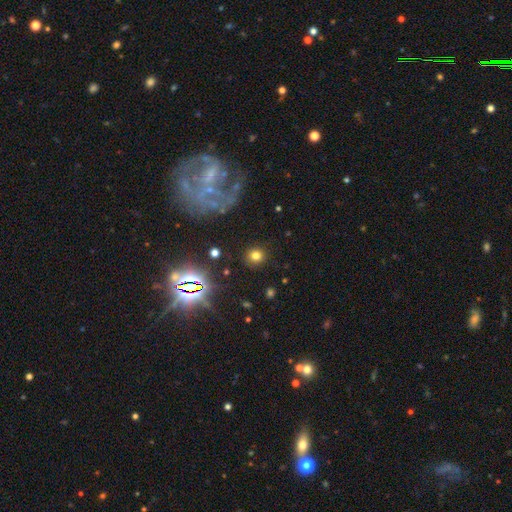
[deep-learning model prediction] A smooth galaxy with no disk features (72%) that is round (88%). Merging: none (87%).